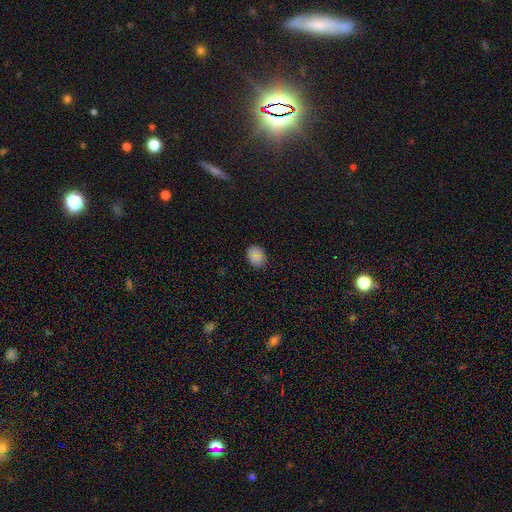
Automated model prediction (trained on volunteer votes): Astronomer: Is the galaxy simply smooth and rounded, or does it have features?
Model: smooth — 75%.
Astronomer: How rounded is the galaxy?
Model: in between — 50% (runner-up: round, 48%).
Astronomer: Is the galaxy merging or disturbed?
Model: none — 88%.